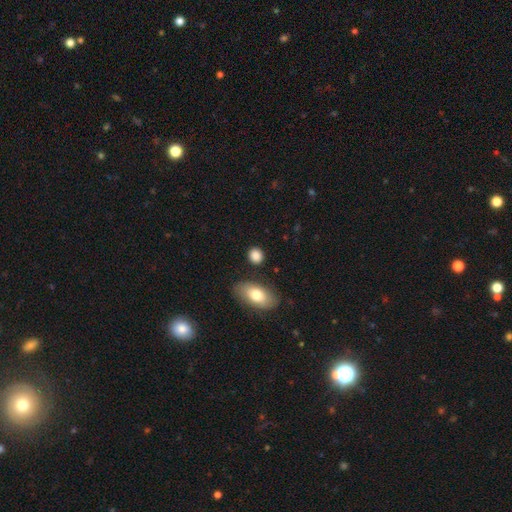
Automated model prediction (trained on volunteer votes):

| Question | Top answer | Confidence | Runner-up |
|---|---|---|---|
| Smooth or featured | smooth | 85% | star or artifact (9%) |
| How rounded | round | 63% | in between (34%) |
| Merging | none | 83% | minor disturbance (10%) |